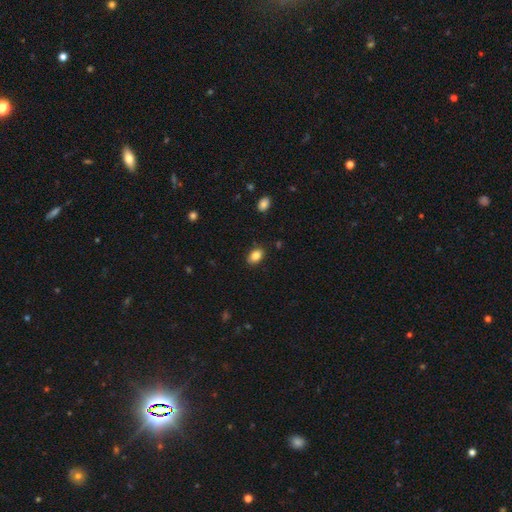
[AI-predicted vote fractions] Smooth or featured? Predicted: smooth (p=0.85). How rounded? Predicted: in between (p=0.87). Merging? Predicted: none (p=0.86).